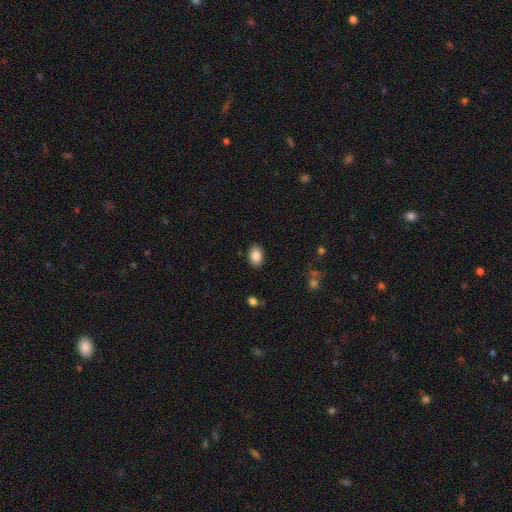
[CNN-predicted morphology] The model was most divided on "how rounded": in between: 84%, round: 15%, cigar-shaped: 1%. More confident: merging — none (88%); smooth or featured — smooth (87%).